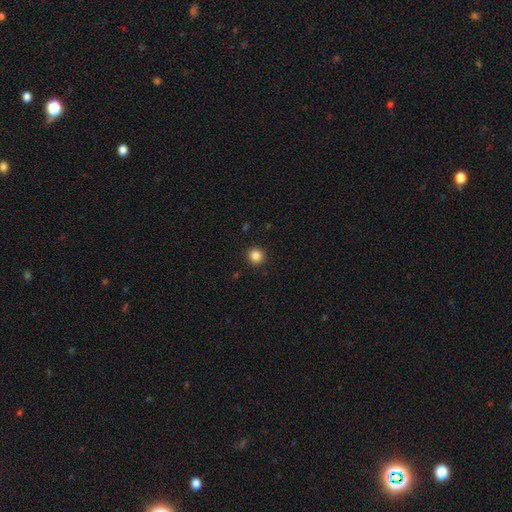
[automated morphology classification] A smooth galaxy with no disk features (85%) that is round (94%). Merging: none (92%).